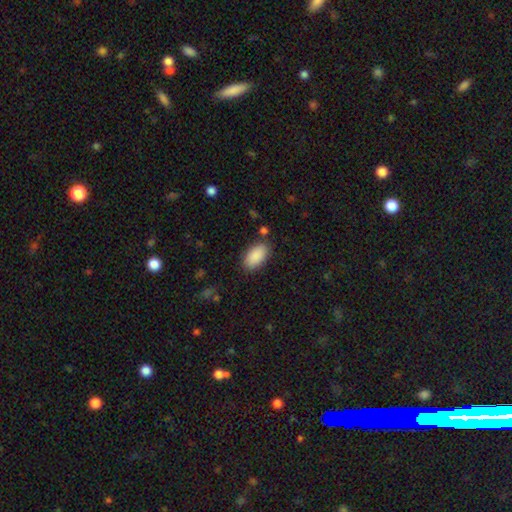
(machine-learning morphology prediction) Smooth or featured: smooth — 90% (star or artifact — 6%)
How rounded: in between — 95% (round — 3%)
Merging: none — 85% (minor disturbance — 10%)